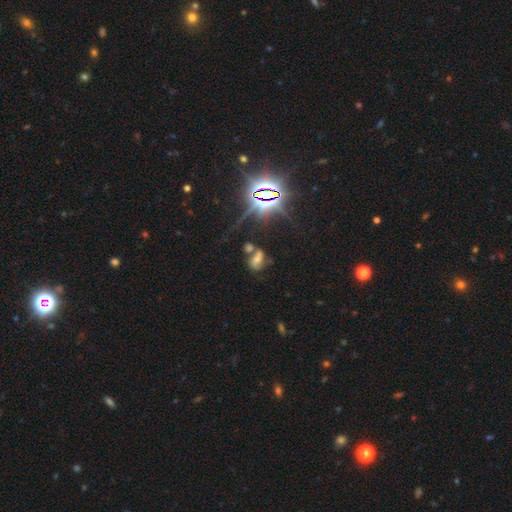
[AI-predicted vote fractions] Q: Smooth or featured?
A: star or artifact (51%); runner-up: featured or disk (30%)